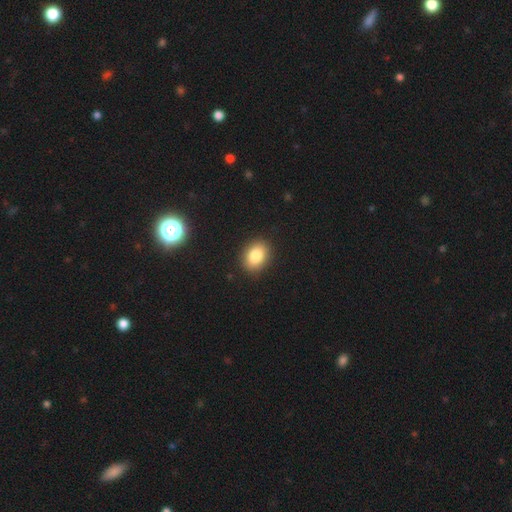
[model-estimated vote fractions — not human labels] The model was most divided on "how rounded": in between: 66%, round: 32%, cigar-shaped: 1%. More confident: merging — none (89%); smooth or featured — smooth (82%).